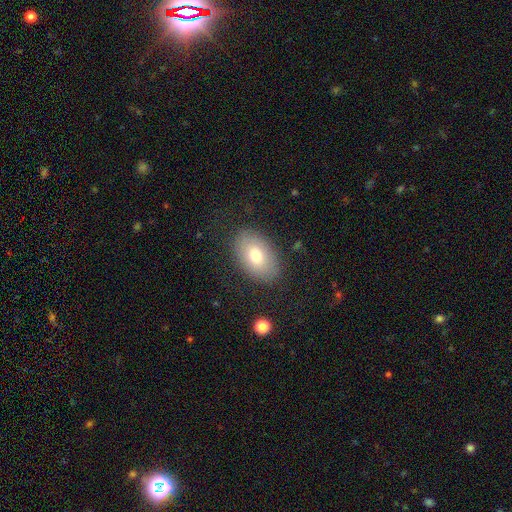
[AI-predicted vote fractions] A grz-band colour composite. It shows a smooth galaxy with no disk features (75%) that is in between round and cigar-shaped (90%). Merging: none (85%).